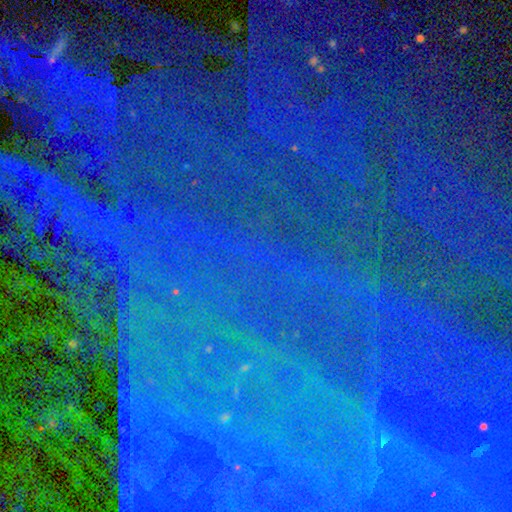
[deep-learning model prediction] Smooth or featured? star or artifact (84%)